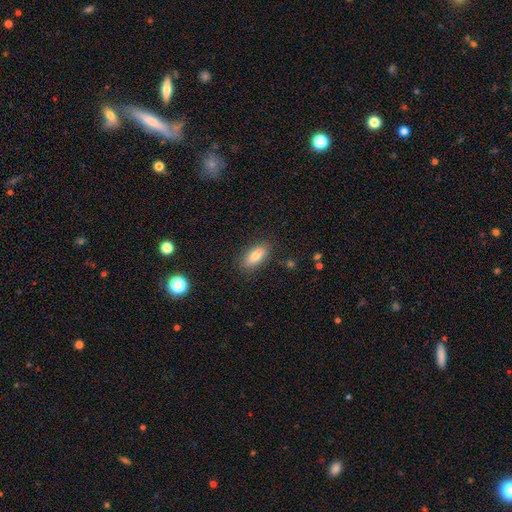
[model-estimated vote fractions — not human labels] smooth 77%, featured or disk 14%, star or artifact 9%. Down the decision tree: how rounded — in between (78%); merging — none (82%).